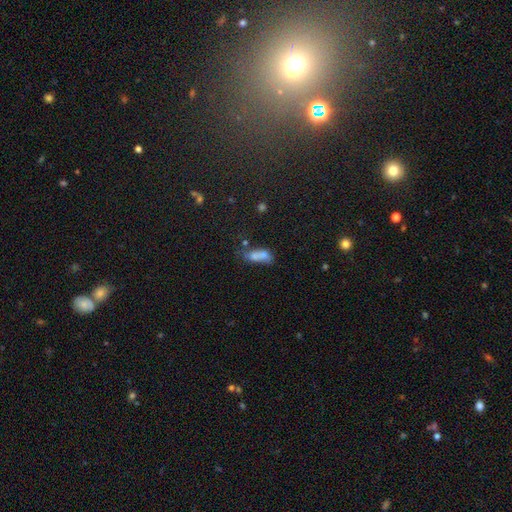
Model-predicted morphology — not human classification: type=smooth (67%); roundness=in between (71%); merging=merger (39%).